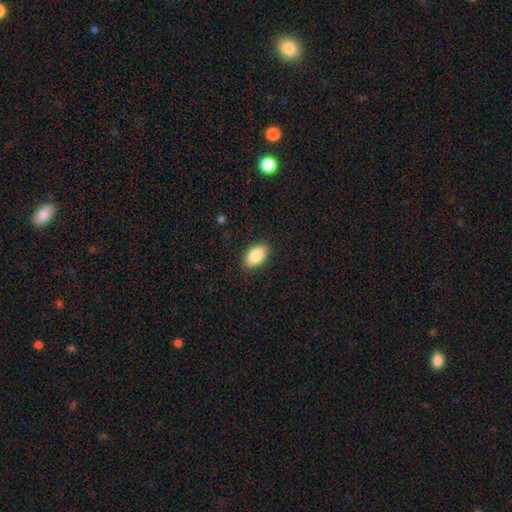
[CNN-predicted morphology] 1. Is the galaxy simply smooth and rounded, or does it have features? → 86% smooth, 7% featured or disk, 7% star or artifact.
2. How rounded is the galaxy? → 93% in between, 5% round, 3% cigar-shaped.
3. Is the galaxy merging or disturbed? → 89% none, 8% minor disturbance, 2% major disturbance, 1% merger.